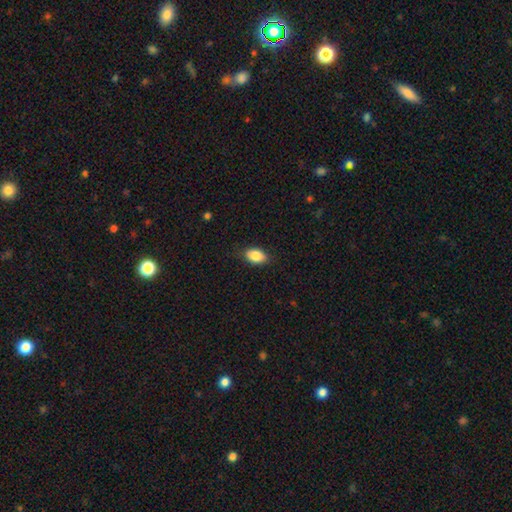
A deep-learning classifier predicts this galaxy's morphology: This appears to be a smooth galaxy with no disk features (86%) that is in between round and cigar-shaped (87%). Merging: none (84%).